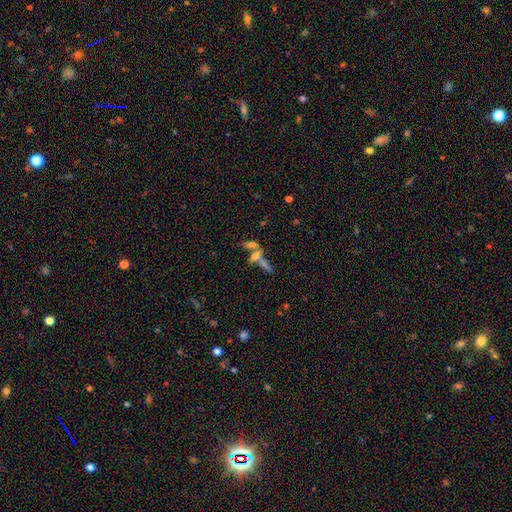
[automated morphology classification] smooth 46%, featured or disk 38%, star or artifact 16%. Down the decision tree: merging — merger (50%).